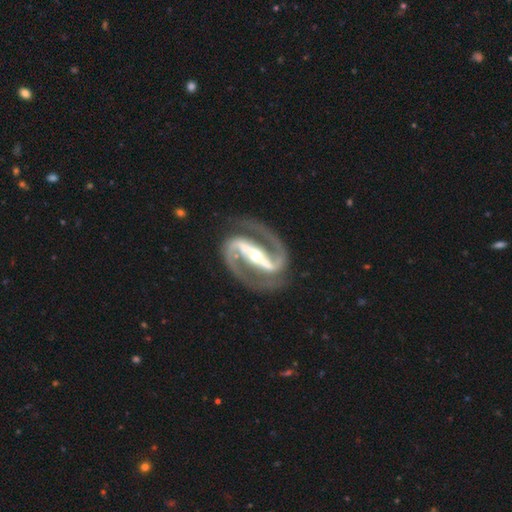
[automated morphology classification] smooth_or_featured: featured or disk (p=0.94) [alt: star or artifact p=0.04]
disk_edge_on: no (p=0.97) [alt: yes p=0.03]
bar: strong (p=0.80) [alt: weak p=0.13]
has_spiral_arms: yes (p=0.98) [alt: no p=0.02]
spiral_winding: medium (p=0.59) [alt: tight p=0.30]
spiral_arm_count: 2 (p=0.94) [alt: 1 p=0.01]
bulge_size: moderate (p=0.51) [alt: small p=0.43]
merging: none (p=0.84) [alt: minor disturbance p=0.10]